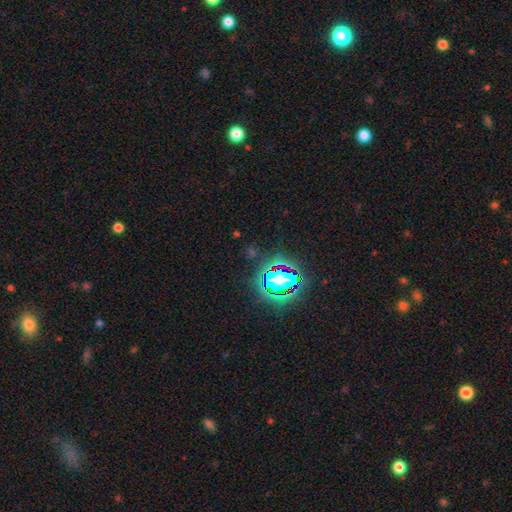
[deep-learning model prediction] A star or artifact, not a galaxy (78%).